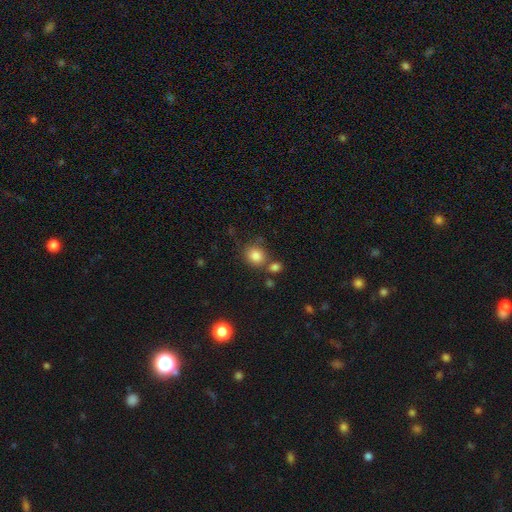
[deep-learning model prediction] Smooth or featured: smooth — 84% (star or artifact — 10%)
How rounded: round — 77% (in between — 22%)
Merging: none — 66% (merger — 18%)